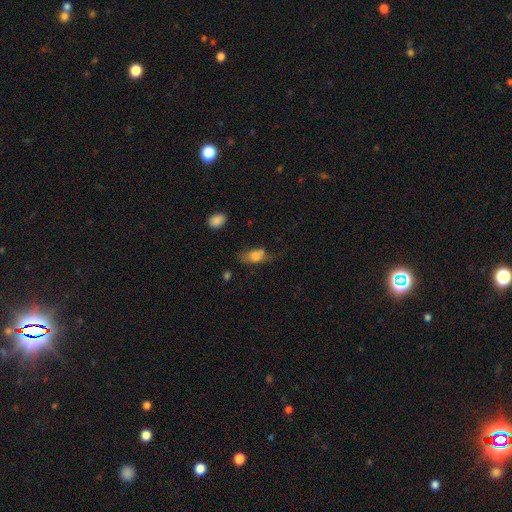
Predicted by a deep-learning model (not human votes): This appears to be a smooth galaxy with no disk features (73%) that is in between round and cigar-shaped (81%). Merging: none (44%).